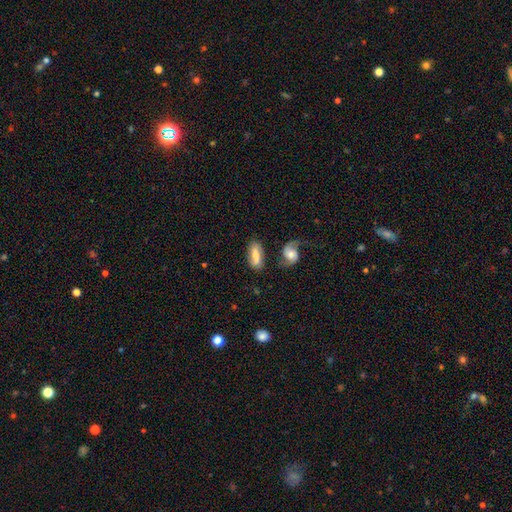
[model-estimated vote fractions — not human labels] Smooth or featured: smooth — 59% (featured or disk — 33%)
How rounded: in between — 80% (cigar-shaped — 16%)
Merging: none — 60% (minor disturbance — 20%)